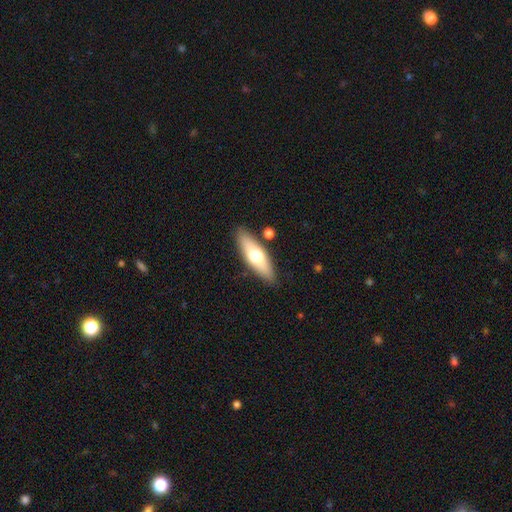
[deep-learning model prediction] This appears to be a smooth galaxy with no disk features (59%) that is cigar-shaped (49%, tied with in between). Merging: none (85%).